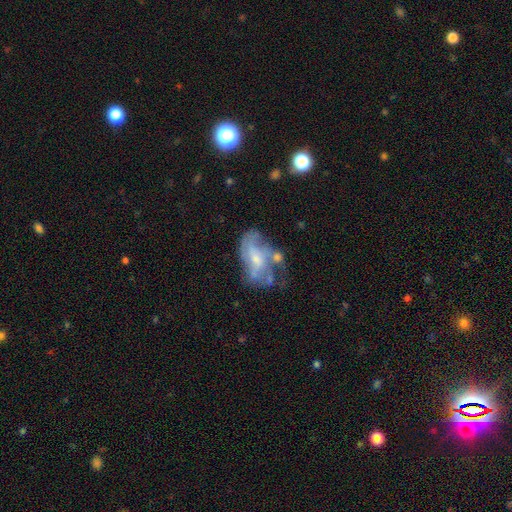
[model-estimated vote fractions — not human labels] Overall: featured or disk (63%; smooth 25%). Edge-on disk: no (95%). Bar: no (63%; weak 30%). Spiral arms: yes (56%; no 44%). Bulge size: small (43%; moderate 38%). Merging: none (38%; major disturbance 24%).